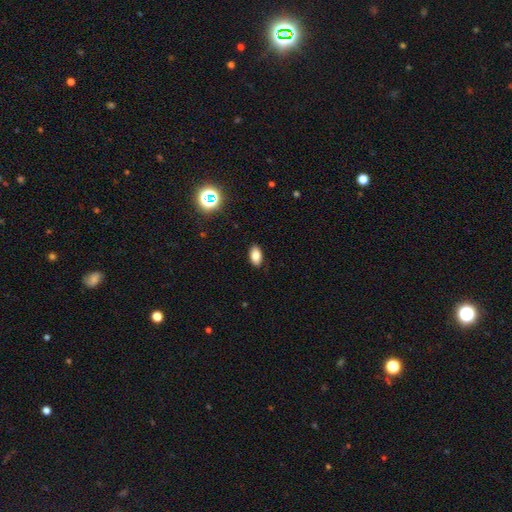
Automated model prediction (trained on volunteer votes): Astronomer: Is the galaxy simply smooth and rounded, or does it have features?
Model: smooth — 83%.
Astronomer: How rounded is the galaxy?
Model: in between — 92%.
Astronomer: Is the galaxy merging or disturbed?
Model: none — 88%.